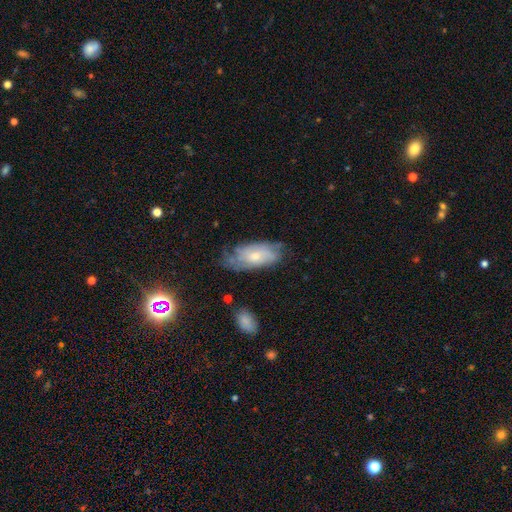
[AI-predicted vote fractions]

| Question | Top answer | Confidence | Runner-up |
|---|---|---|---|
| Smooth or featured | featured or disk | 52% | smooth (41%) |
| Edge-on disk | no | 90% | yes (10%) |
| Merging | none | 54% | minor disturbance (30%) |